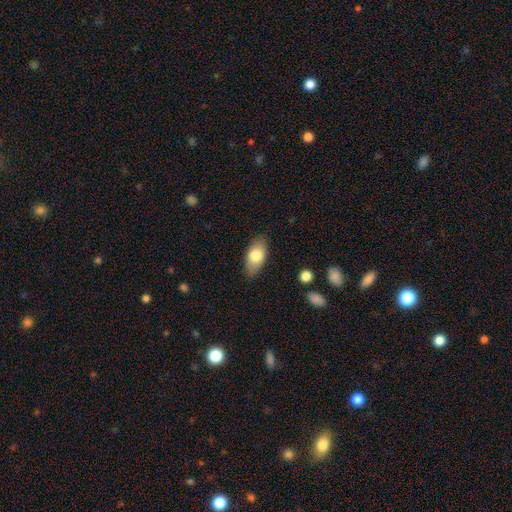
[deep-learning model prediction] A smooth galaxy with no disk features (77%) that is in between round and cigar-shaped (90%).

Vote fractions:
- Smooth or featured? smooth: 77% / featured or disk: 16% / star or artifact: 7%
- How rounded? in between: 90% / cigar-shaped: 5% / round: 4%
- Merging? none: 81% / minor disturbance: 15% / major disturbance: 3% / merger: 1%